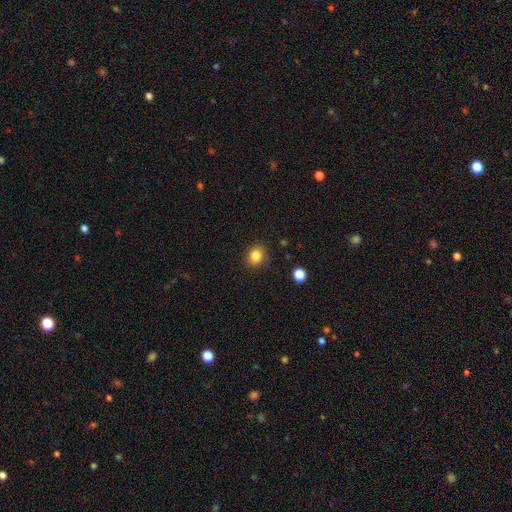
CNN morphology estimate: A smooth galaxy with no disk features (84%) that is round (69%).

Vote fractions:
- Smooth or featured? smooth: 84% / star or artifact: 11% / featured or disk: 5%
- How rounded? round: 69% / in between: 30% / cigar-shaped: 1%
- Merging? none: 86% / minor disturbance: 10% / major disturbance: 3% / merger: 1%